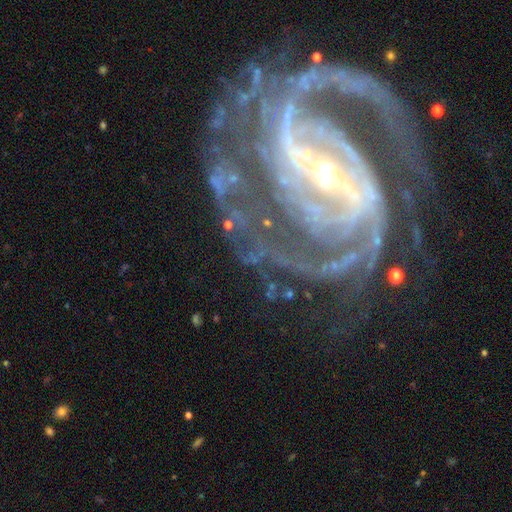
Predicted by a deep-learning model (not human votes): Smooth or featured: featured or disk — 91% (star or artifact — 6%)
Edge-on disk: no — 97% (yes — 3%)
Bar: strong — 57% (weak — 28%)
Spiral arms: yes — 98% (no — 2%)
Spiral winding: tight — 46% (medium — 43%)
Spiral arm count: 2 — 34% (3 — 18%)
Bulge size: small — 64% (moderate — 31%)
Merging: none — 61% (major disturbance — 18%)